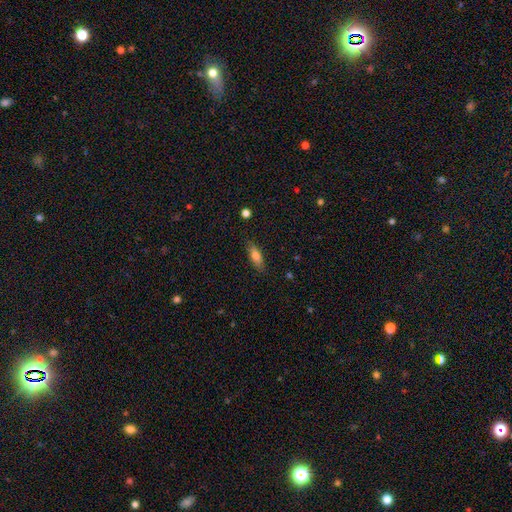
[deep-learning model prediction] The model was most divided on "how rounded": in between: 60%, cigar-shaped: 37%, round: 2%. More confident: merging — none (83%); smooth or featured — smooth (77%).